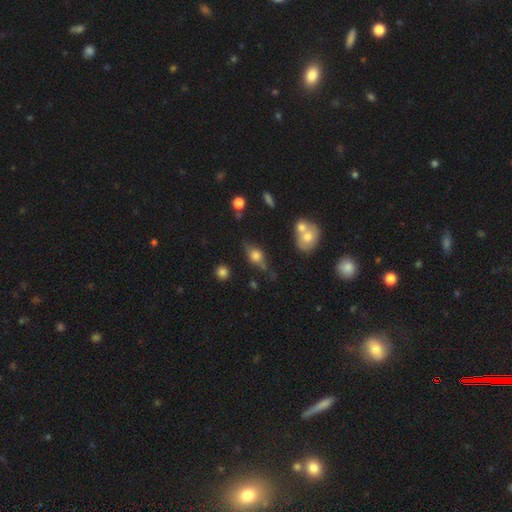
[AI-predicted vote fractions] Smooth or featured: smooth — 51% (featured or disk — 39%)
How rounded: in between — 62% (round — 25%)
Merging: none — 62% (minor disturbance — 23%)